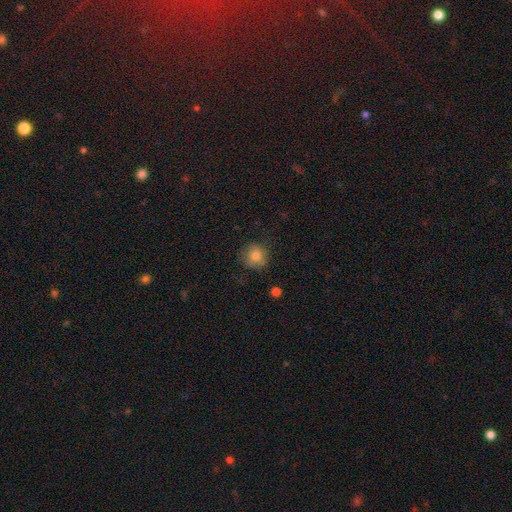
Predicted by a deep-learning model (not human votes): smooth_or_featured: smooth (p=0.82) [alt: star or artifact p=0.11]
how_rounded: round (p=0.89) [alt: in between p=0.10]
merging: none (p=0.79) [alt: minor disturbance p=0.15]